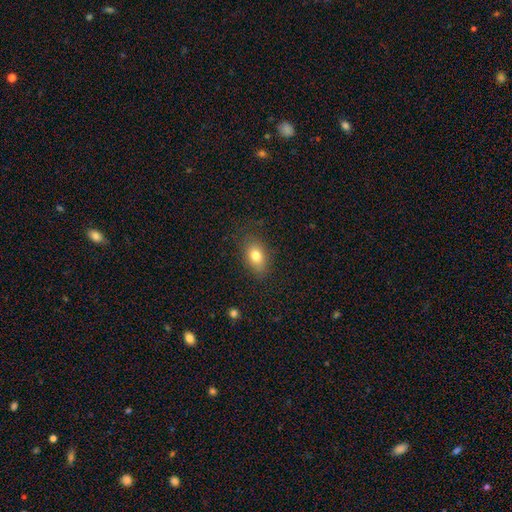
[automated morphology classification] type=smooth (78%); roundness=in between (82%); merging=none (79%).